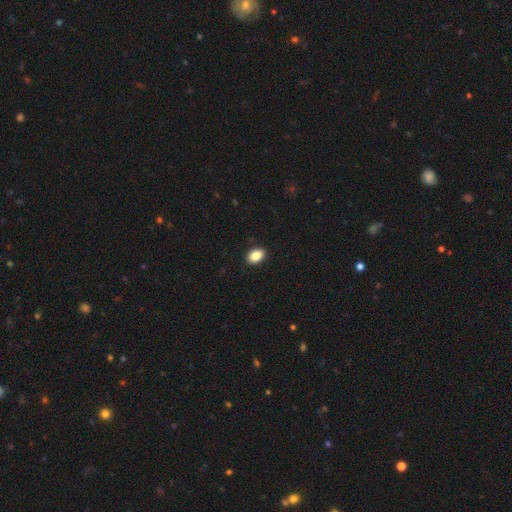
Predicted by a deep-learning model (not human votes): Smooth or featured? smooth (87%)
How rounded? in between (85%)
Merging? none (90%)